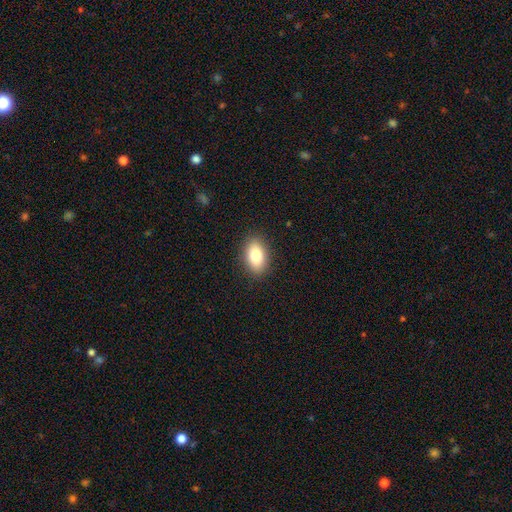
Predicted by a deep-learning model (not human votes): This appears to be a smooth galaxy with no disk features (83%) that is in between round and cigar-shaped (90%). Merging: none (89%).